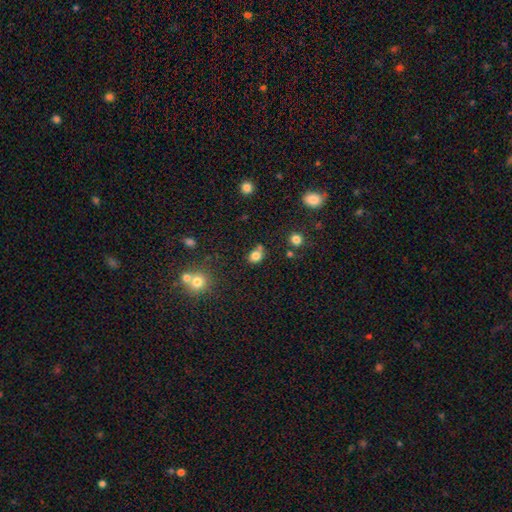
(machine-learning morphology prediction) Smooth or featured: smooth — 80% (star or artifact — 13%)
How rounded: round — 54% (in between — 44%)
Merging: none — 57% (merger — 19%)